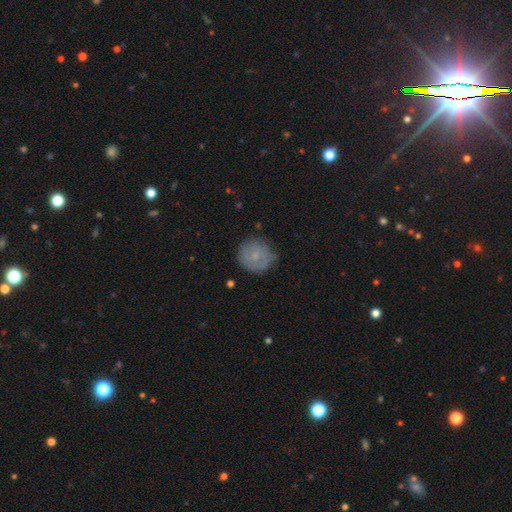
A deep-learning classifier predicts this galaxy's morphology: Q: Smooth or featured?
A: smooth (59%); runner-up: featured or disk (32%)
Q: How rounded?
A: round (90%); runner-up: in between (9%)
Q: Merging?
A: none (74%); runner-up: minor disturbance (20%)